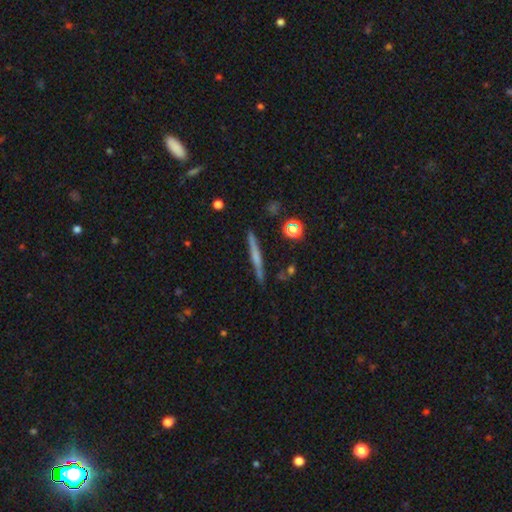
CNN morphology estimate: This appears to be a featured or disk galaxy (52%) viewed edge-on (97%) with no central bulge (57%). Merging: none (88%).